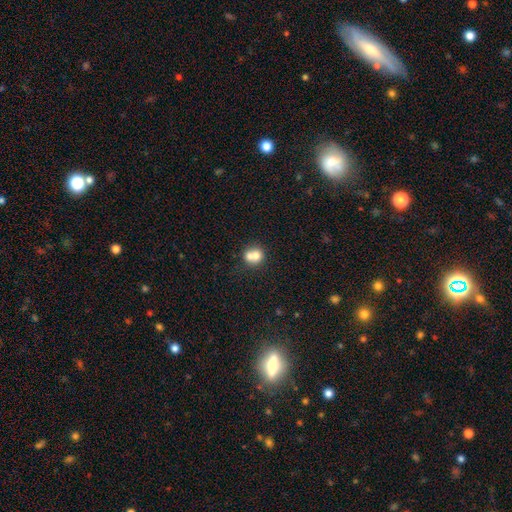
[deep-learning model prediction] This is likely a smooth galaxy (71%). How rounded: likely round (77%). Merging: possibly merger (60%).